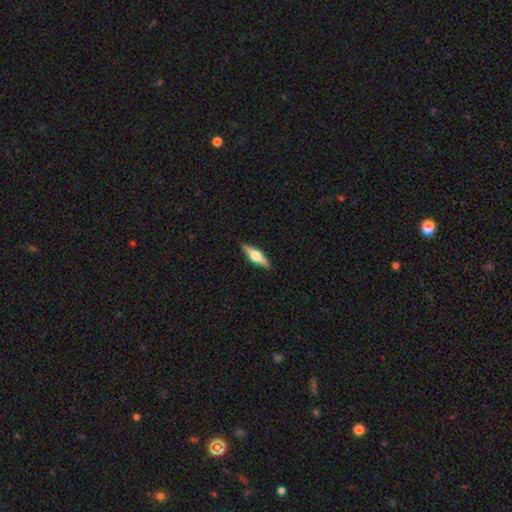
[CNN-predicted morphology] This appears to be a featured or disk galaxy (64%) viewed edge-on (96%) with a rounded central bulge (94%). Merging: none (91%).